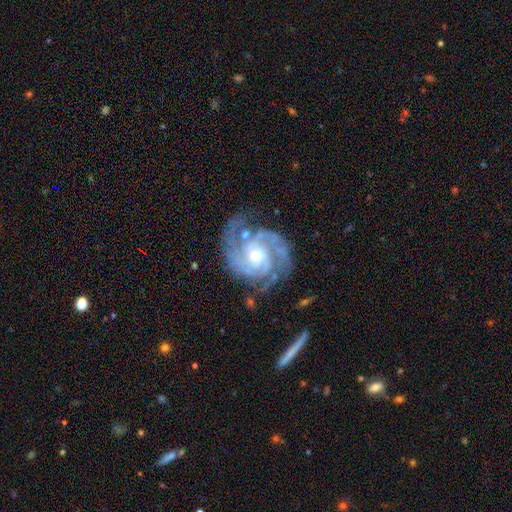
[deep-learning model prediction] The model was most divided on "bulge size" (2-way tie): moderate: 48%, small: 48%, large: 2%, none: 1%, dominant: 1%. Remaining: spiral arms — yes (98%); edge-on disk — no (98%); smooth or featured — featured or disk (92%); merging — none (70%); bar — no (67%); spiral winding — tight (60%); spiral arm count — 2 (42%).